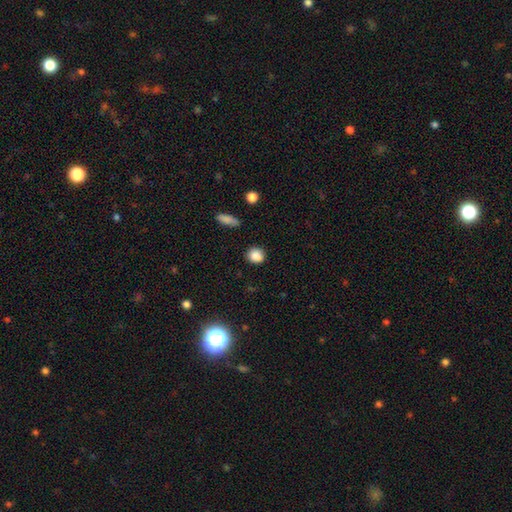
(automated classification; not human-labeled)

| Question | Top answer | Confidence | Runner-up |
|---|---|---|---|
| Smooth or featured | smooth | 86% | star or artifact (10%) |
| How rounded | round | 80% | in between (18%) |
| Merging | none | 85% | minor disturbance (10%) |